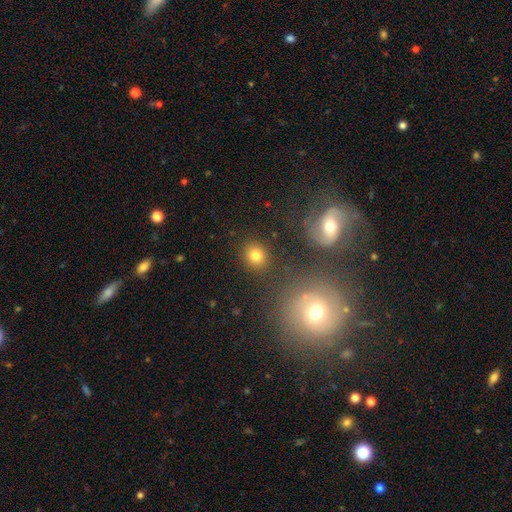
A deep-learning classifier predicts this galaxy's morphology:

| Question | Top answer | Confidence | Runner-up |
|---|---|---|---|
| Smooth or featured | smooth | 80% | star or artifact (13%) |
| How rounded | round | 77% | in between (22%) |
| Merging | none | 85% | minor disturbance (8%) |